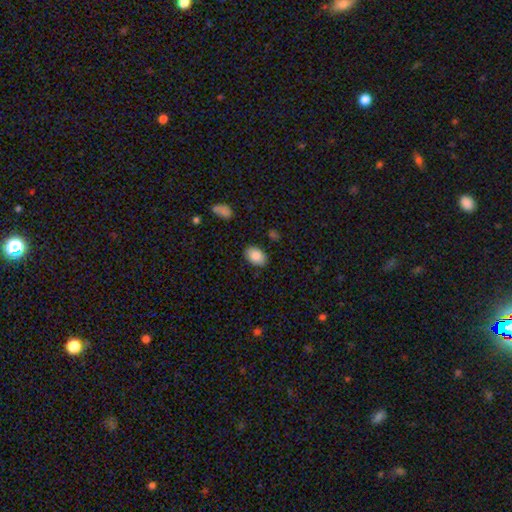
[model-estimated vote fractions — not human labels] Smooth or featured? smooth (85%)
How rounded? in between (87%)
Merging? none (86%)